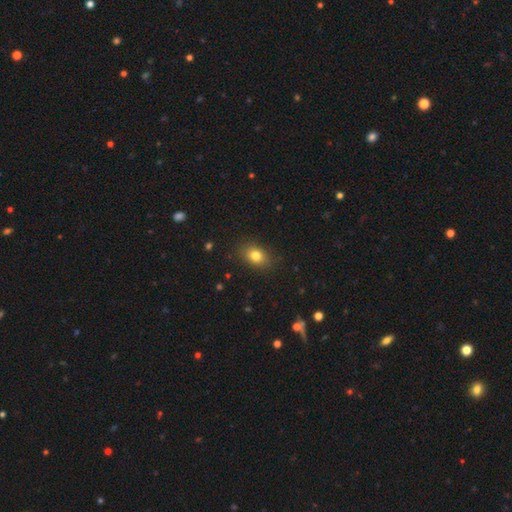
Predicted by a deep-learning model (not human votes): smooth 80%, star or artifact 11%, featured or disk 9%. Down the decision tree: how rounded — in between (71%); merging — none (86%).